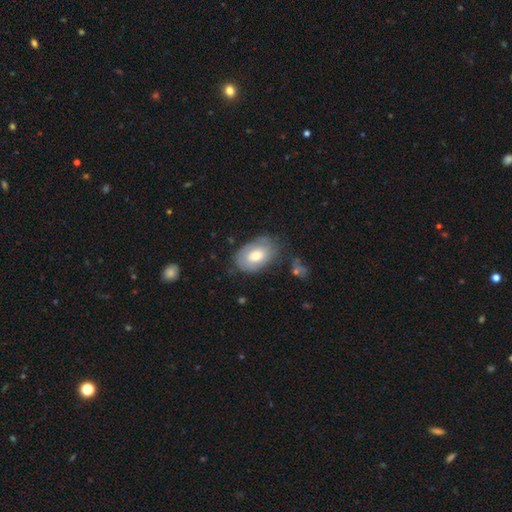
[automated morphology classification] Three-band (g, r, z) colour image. It shows a smooth galaxy with no disk features (64%) that is in between round and cigar-shaped (88%). Merging: none (66%).